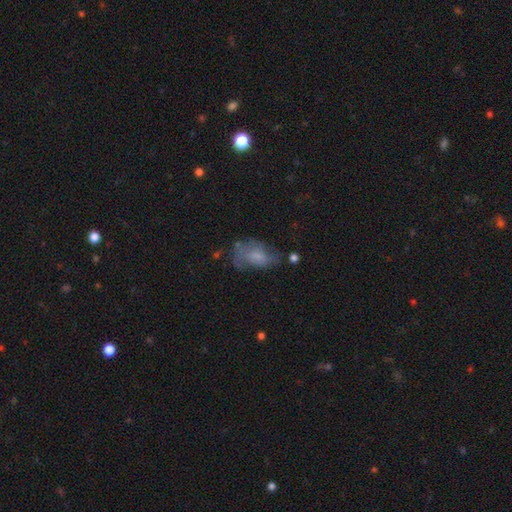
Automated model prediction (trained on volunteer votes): smooth-or-featured: smooth: 52% | featured or disk: 36% | star or artifact: 11%
  how-rounded: in between: 88% | round: 9% | cigar-shaped: 3%
  merging: none: 40% | minor disturbance: 28% | major disturbance: 27% | merger: 5%